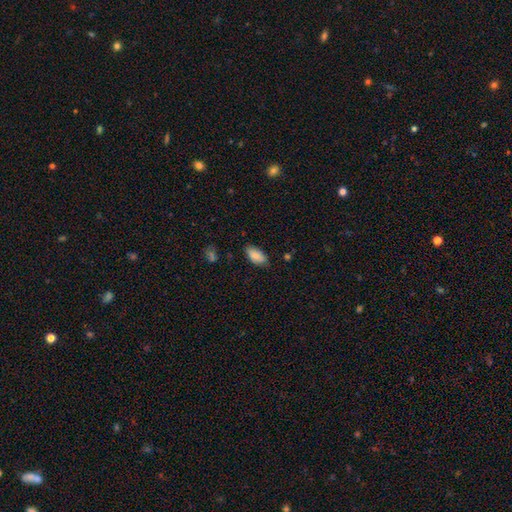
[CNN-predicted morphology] Smooth or featured?
  - smooth: 85% *
  - featured or disk: 9%
  - star or artifact: 7%
How rounded?
  - in between: 93% *
  - cigar-shaped: 5%
  - round: 2%
Merging?
  - none: 76% *
  - minor disturbance: 19%
  - major disturbance: 3%
  - merger: 2%